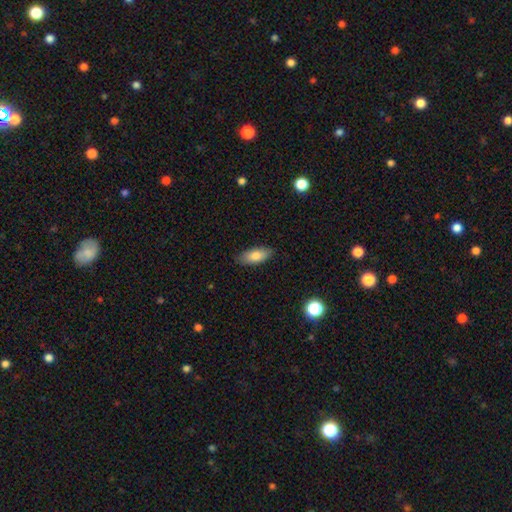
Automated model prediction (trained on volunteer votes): Smooth or featured: smooth — 80% (featured or disk — 14%)
How rounded: in between — 80% (cigar-shaped — 18%)
Merging: none — 86% (minor disturbance — 11%)